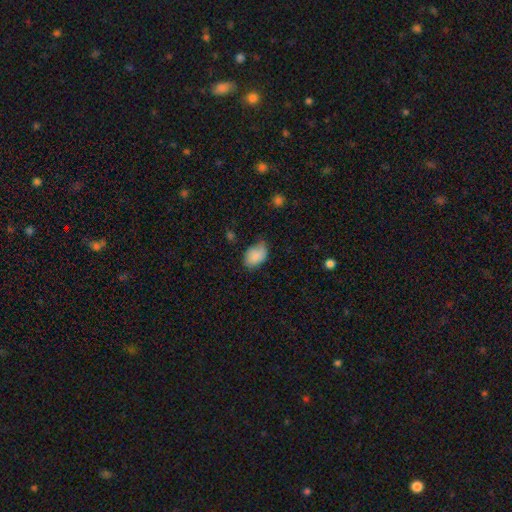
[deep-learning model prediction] A smooth galaxy with no disk features (85%) that is in between round and cigar-shaped (82%). Merging: none (53%).